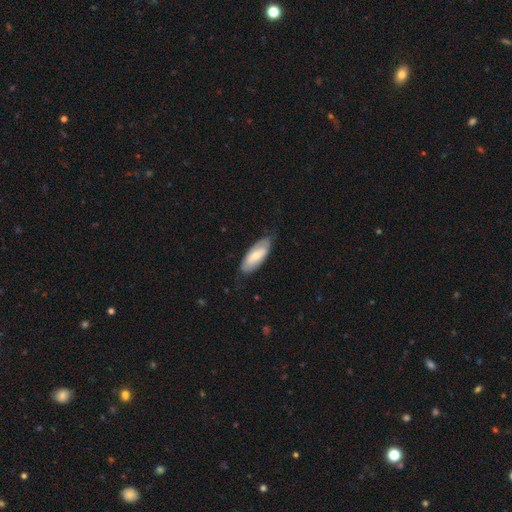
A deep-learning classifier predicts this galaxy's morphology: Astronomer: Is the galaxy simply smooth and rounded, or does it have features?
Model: smooth — 58% (runner-up: featured or disk, 37%).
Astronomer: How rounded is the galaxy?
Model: in between — 81%.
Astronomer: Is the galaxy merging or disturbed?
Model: none — 71%.